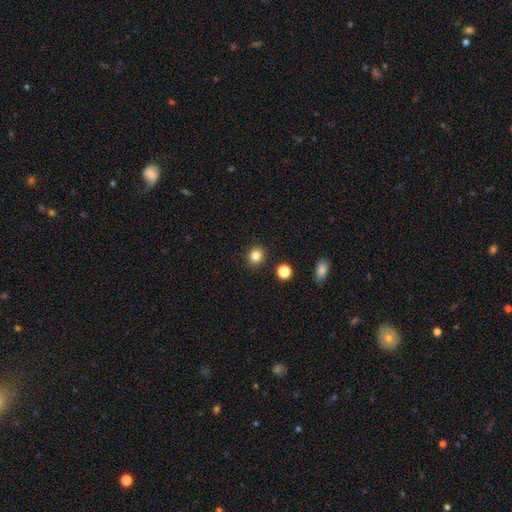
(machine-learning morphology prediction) smooth-or-featured: smooth: 83% | star or artifact: 12% | featured or disk: 5%
  how-rounded: round: 82% | in between: 17% | cigar-shaped: 1%
  merging: none: 90% | minor disturbance: 6% | merger: 2% | major disturbance: 2%